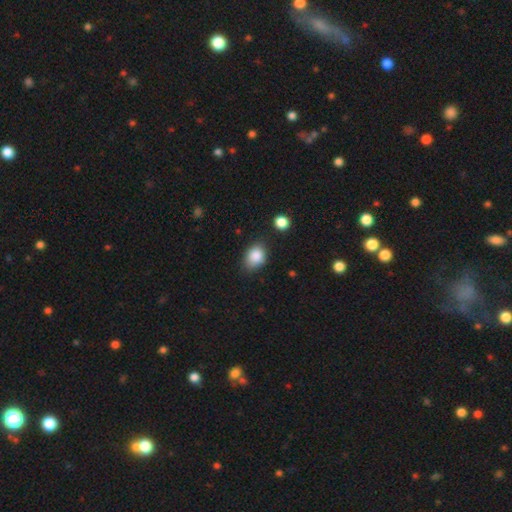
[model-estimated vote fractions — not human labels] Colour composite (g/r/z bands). It shows a smooth galaxy with no disk features (87%) that is in between round and cigar-shaped (65%). Merging: none (71%).